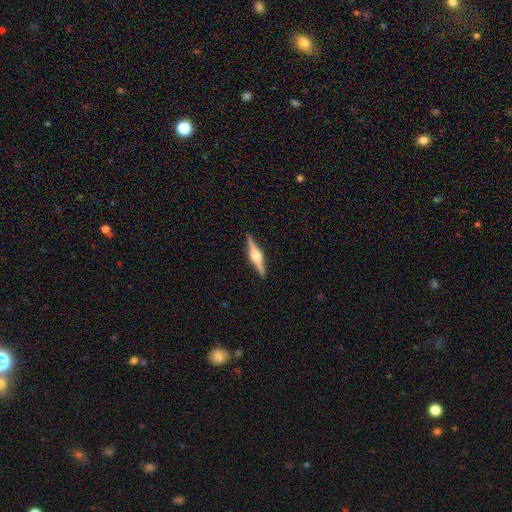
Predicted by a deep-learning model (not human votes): A featured or disk galaxy (81%) viewed edge-on (98%) with a rounded central bulge (93%).

Vote fractions:
- Smooth or featured? featured or disk: 81% / smooth: 13% / star or artifact: 5%
- Edge-on disk? yes: 98% / no: 2%
- Edge-on bulge? rounded: 93% / boxy: 5% / none: 2%
- Merging? none: 92% / minor disturbance: 6% / major disturbance: 1% / merger: 1%